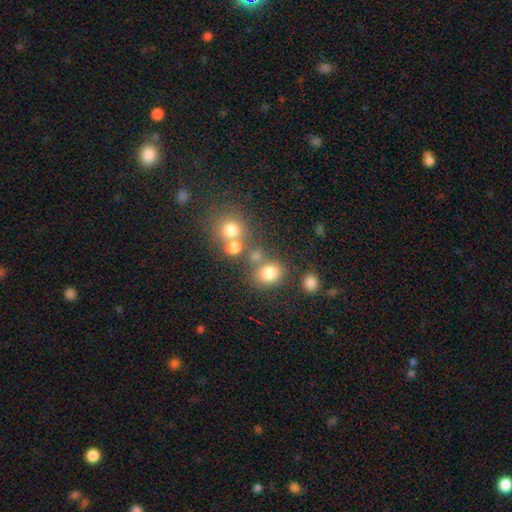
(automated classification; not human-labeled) Overall: smooth (75%). How rounded: round (69%; in between 30%). Merging: none (58%; merger 26%).